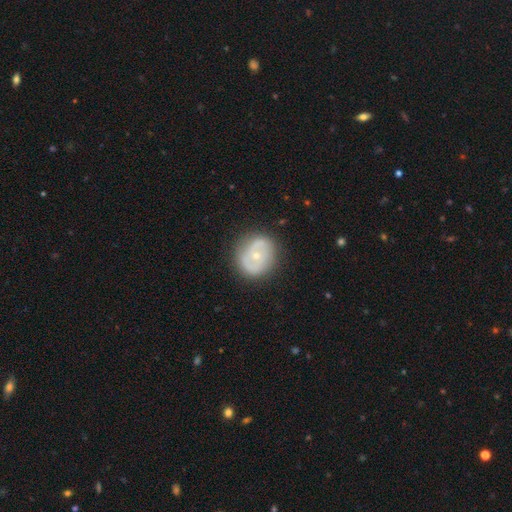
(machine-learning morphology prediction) A featured or disk galaxy (59%) with no bar (74%), spiral arms (55%) and a small central bulge (58%). Merging: none (77%).